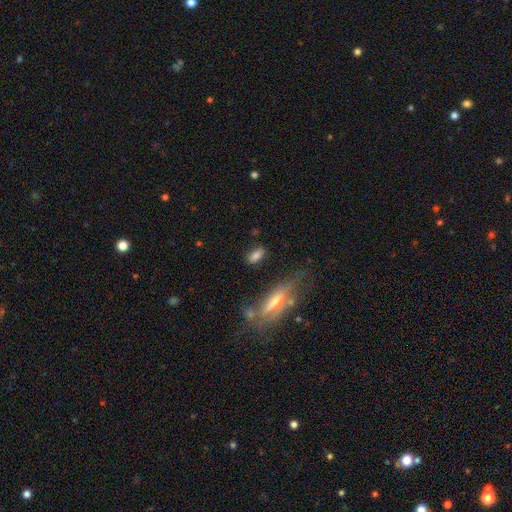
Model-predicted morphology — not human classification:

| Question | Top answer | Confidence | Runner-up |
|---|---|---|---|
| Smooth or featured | smooth | 77% | featured or disk (14%) |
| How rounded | in between | 77% | cigar-shaped (19%) |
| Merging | none | 77% | minor disturbance (14%) |